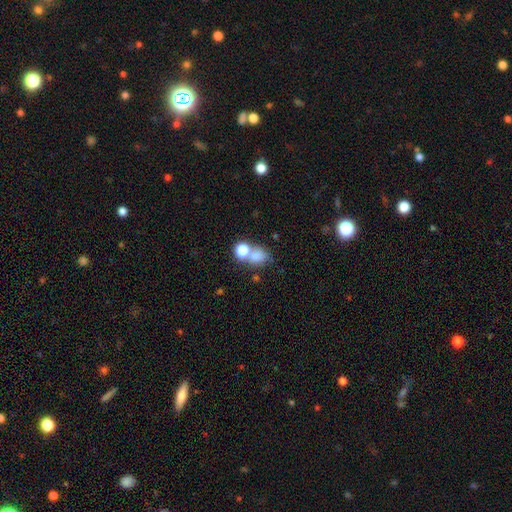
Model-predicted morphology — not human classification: type=smooth (73%); roundness=round (57%); merging=none (48%).